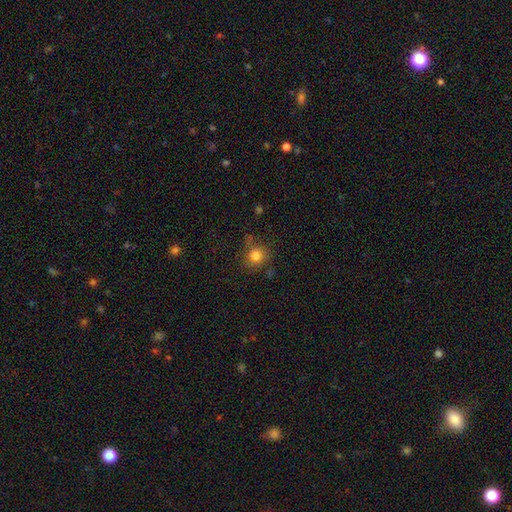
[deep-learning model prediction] A smooth galaxy with no disk features (81%) that is round (87%). Merging: none (76%).